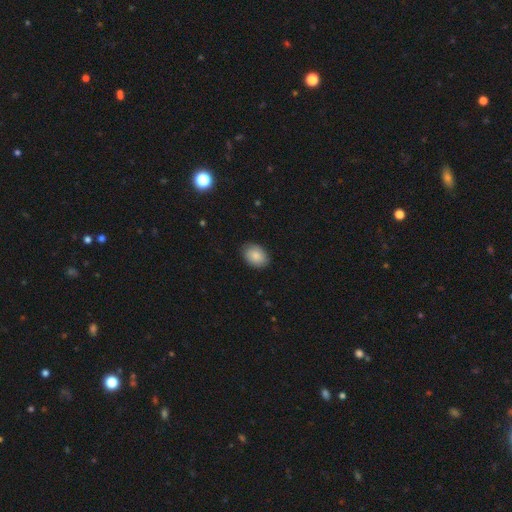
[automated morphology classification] Q: Smooth or featured?
A: smooth (85%); runner-up: featured or disk (8%)
Q: How rounded?
A: in between (73%); runner-up: round (26%)
Q: Merging?
A: none (86%); runner-up: minor disturbance (11%)